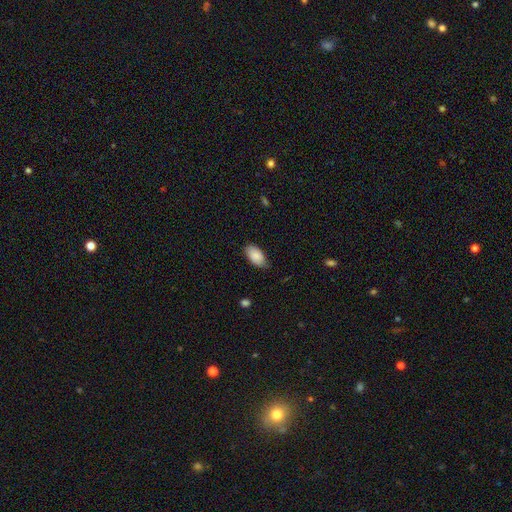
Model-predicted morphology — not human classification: Smooth or featured? smooth (86%)
How rounded? in between (95%)
Merging? none (76%)